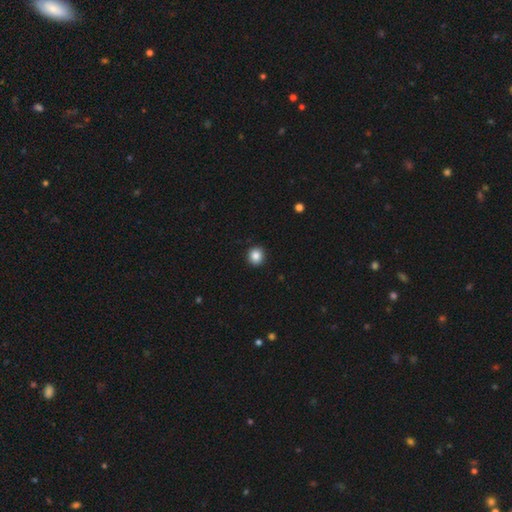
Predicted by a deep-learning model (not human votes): Q: Smooth or featured?
A: smooth (86%); runner-up: star or artifact (10%)
Q: How rounded?
A: round (89%); runner-up: in between (10%)
Q: Merging?
A: none (92%); runner-up: minor disturbance (5%)